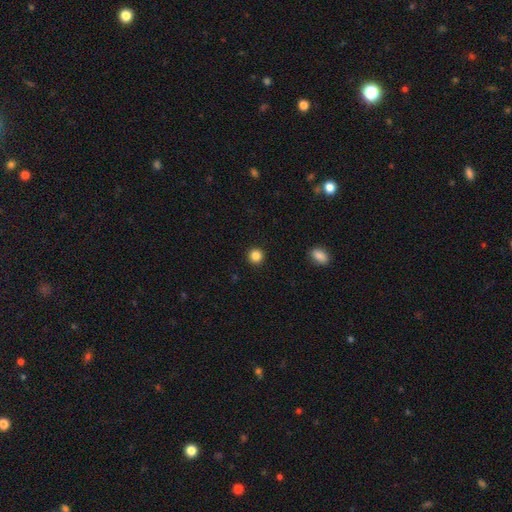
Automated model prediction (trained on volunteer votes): Smooth or featured? smooth (85%)
How rounded? round (94%)
Merging? none (93%)